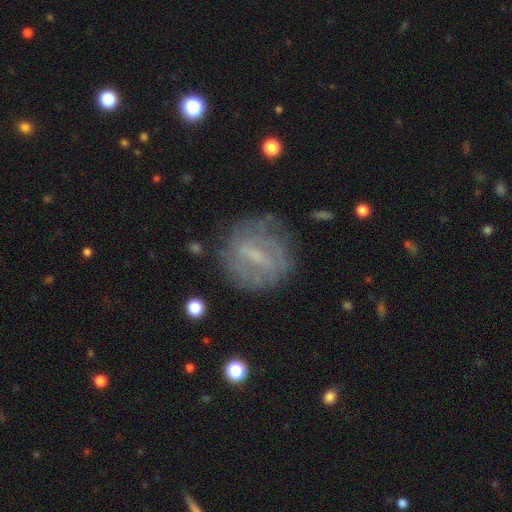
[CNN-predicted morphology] Q: Smooth or featured?
A: featured or disk (64%); runner-up: smooth (26%)
Q: Edge-on disk?
A: no (93%); runner-up: yes (7%)
Q: Bar?
A: weak (48%); runner-up: strong (37%)
Q: Spiral arms?
A: yes (67%); runner-up: no (33%)
Q: Bulge size?
A: small (45%); runner-up: none (30%)
Q: Merging?
A: none (72%); runner-up: minor disturbance (17%)